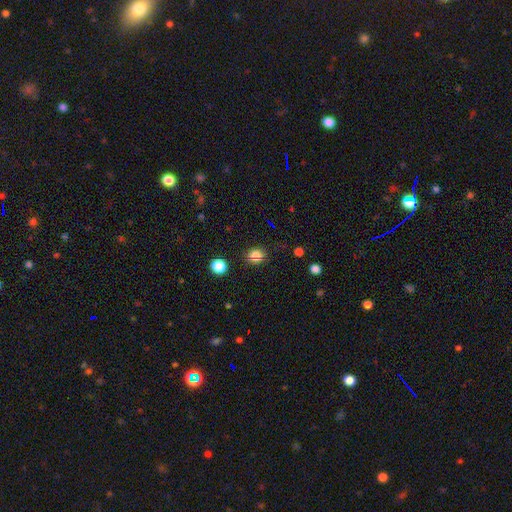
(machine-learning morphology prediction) This is likely a smooth galaxy (77%). How rounded: likely round (63%). Merging: likely none (79%).